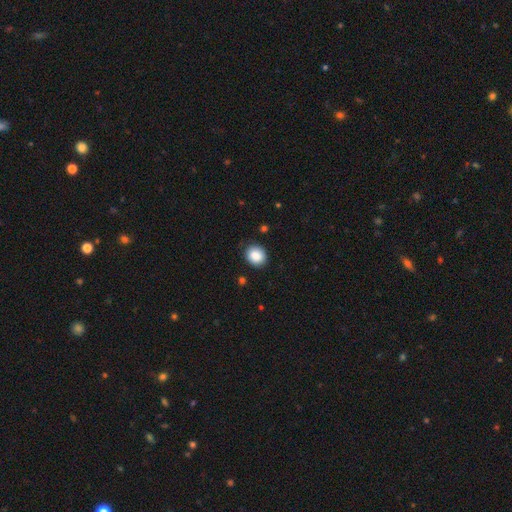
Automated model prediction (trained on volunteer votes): The model was most divided on "how rounded": round: 68%, in between: 31%, cigar-shaped: 1%. More confident: smooth or featured — smooth (88%); merging — none (87%).